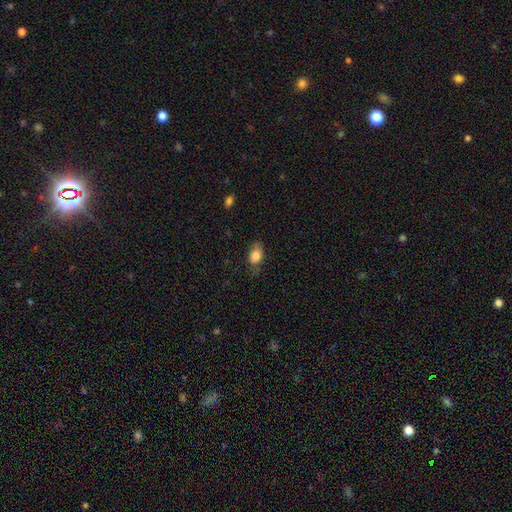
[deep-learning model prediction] This appears to be a smooth galaxy with no disk features (83%) that is in between round and cigar-shaped (83%). Merging: none (68%).